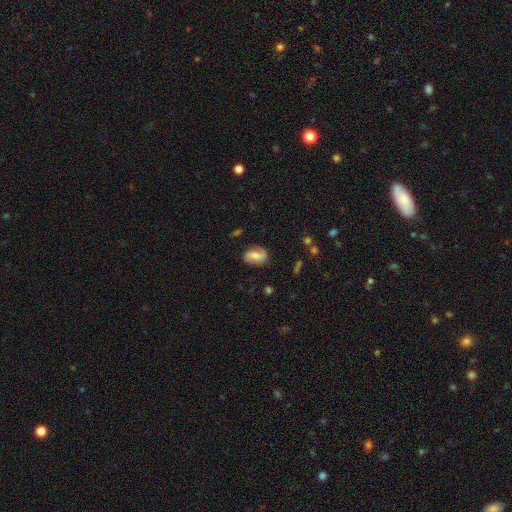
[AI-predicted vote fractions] Overall: smooth (47%; featured or disk 45%). Merging: none (79%).